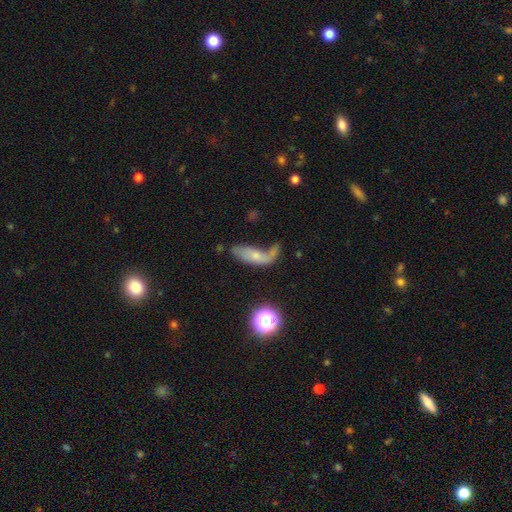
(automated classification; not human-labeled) A smooth galaxy with no disk features (51%) that is in between round and cigar-shaped (63%). Merging: major disturbance (35%).